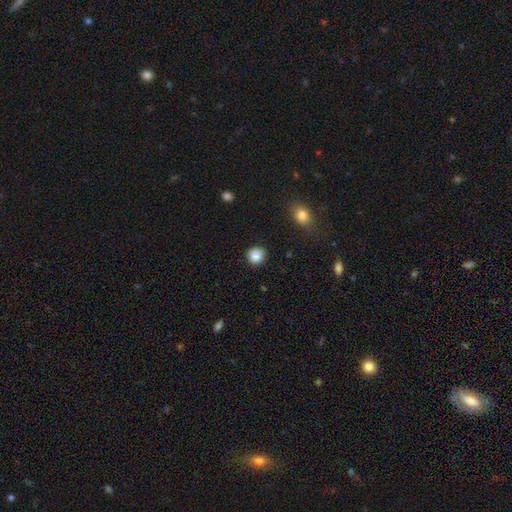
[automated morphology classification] Smooth or featured: smooth — 86% (star or artifact — 10%)
How rounded: round — 91% (in between — 8%)
Merging: none — 91% (minor disturbance — 6%)